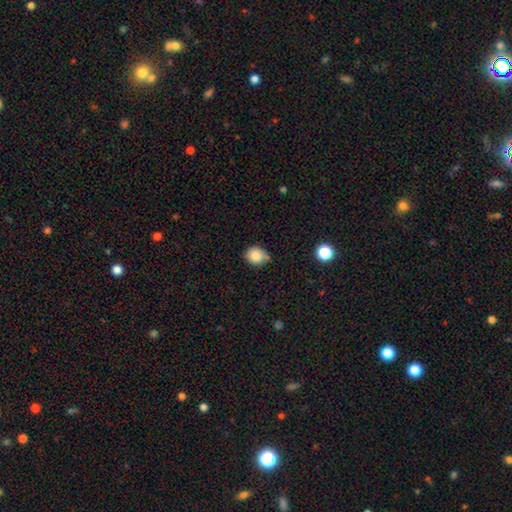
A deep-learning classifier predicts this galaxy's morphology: smooth_or_featured: smooth (p=0.84) [alt: star or artifact p=0.10]
how_rounded: round (p=0.70) [alt: in between p=0.29]
merging: none (p=0.61) [alt: minor disturbance p=0.28]